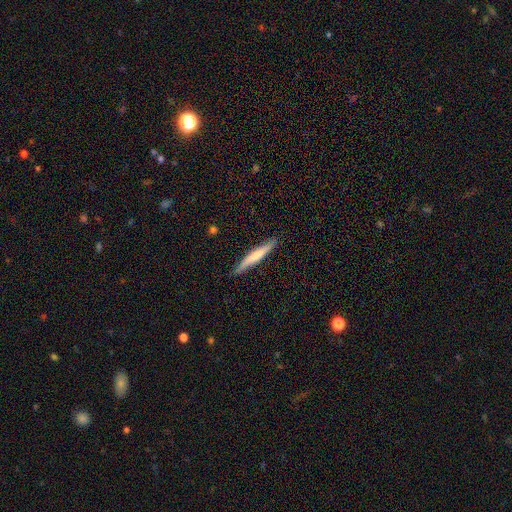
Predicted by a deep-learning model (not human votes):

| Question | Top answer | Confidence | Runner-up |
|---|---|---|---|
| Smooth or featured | smooth | 58% | featured or disk (36%) |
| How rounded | cigar-shaped | 94% | in between (5%) |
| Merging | none | 85% | minor disturbance (12%) |